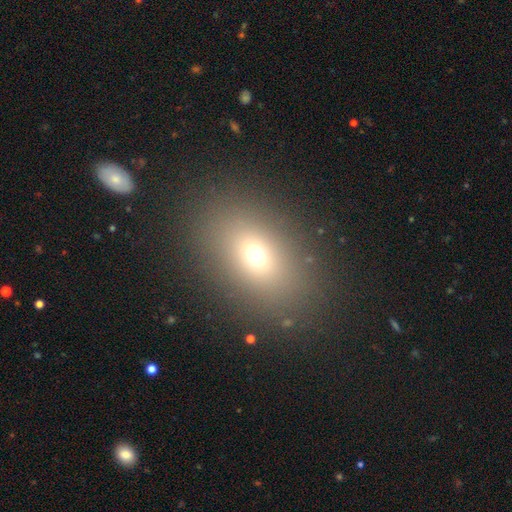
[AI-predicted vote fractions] A smooth galaxy with no disk features (68%) that is in between round and cigar-shaped (74%).

Vote fractions:
- Smooth or featured? smooth: 68% / star or artifact: 18% / featured or disk: 13%
- How rounded? in between: 74% / round: 24% / cigar-shaped: 2%
- Merging? none: 86% / minor disturbance: 7% / major disturbance: 4% / merger: 2%